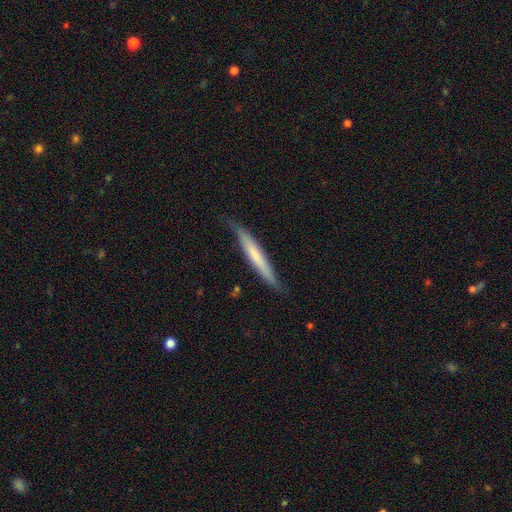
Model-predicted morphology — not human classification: smooth_or_featured: smooth (p=0.52) [alt: featured or disk p=0.42]
how_rounded: cigar-shaped (p=0.95) [alt: in between p=0.04]
merging: none (p=0.74) [alt: minor disturbance p=0.21]